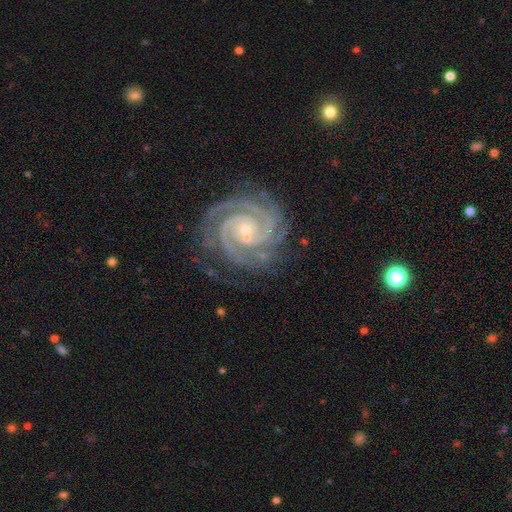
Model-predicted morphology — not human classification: This is clearly a featured or disk galaxy (91%). It is clearly not viewed edge-on (98%). Bar: possibly no (49%). Spiral arm pattern: clearly yes (99%). Spiral arm count: marginally 2 (34%). Spiral winding: clearly tight (83%). Central bulge: likely small (61%). Merging: clearly none (83%).